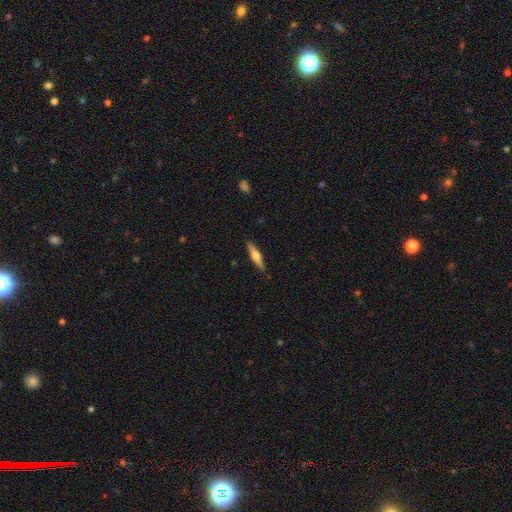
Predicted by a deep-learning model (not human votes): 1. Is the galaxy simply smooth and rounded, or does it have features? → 57% featured or disk, 37% smooth, 6% star or artifact.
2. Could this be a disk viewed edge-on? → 96% yes, 4% no.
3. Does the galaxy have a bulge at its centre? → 90% rounded, 7% boxy, 3% none.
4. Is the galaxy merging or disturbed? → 89% none, 8% minor disturbance, 2% major disturbance, 1% merger.